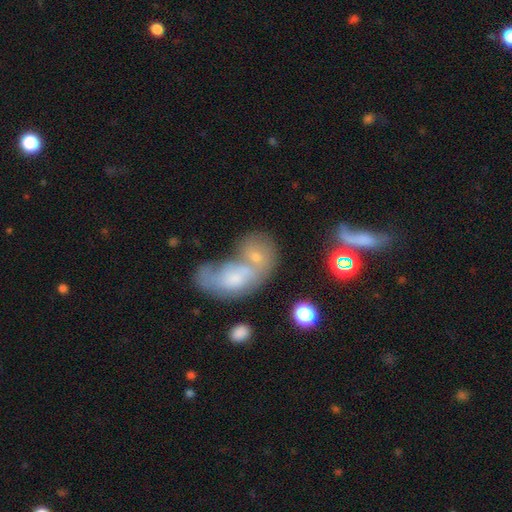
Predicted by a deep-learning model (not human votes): Smooth or featured: smooth — 56% (featured or disk — 32%)
How rounded: in between — 74% (round — 23%)
Merging: merger — 65% (none — 18%)